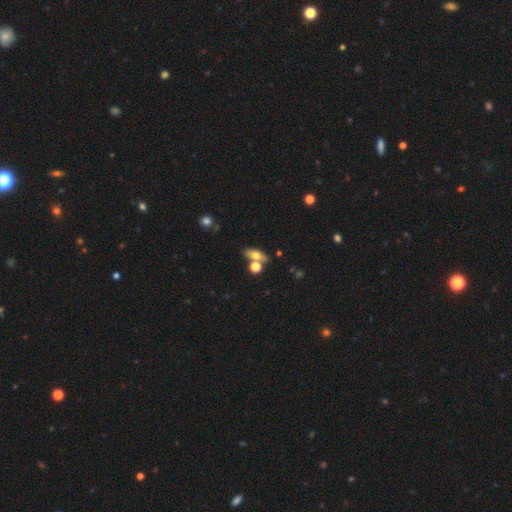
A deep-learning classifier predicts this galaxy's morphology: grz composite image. It shows a smooth galaxy with no disk features (63%) that is in between round and cigar-shaped (68%). Merging: none (57%).